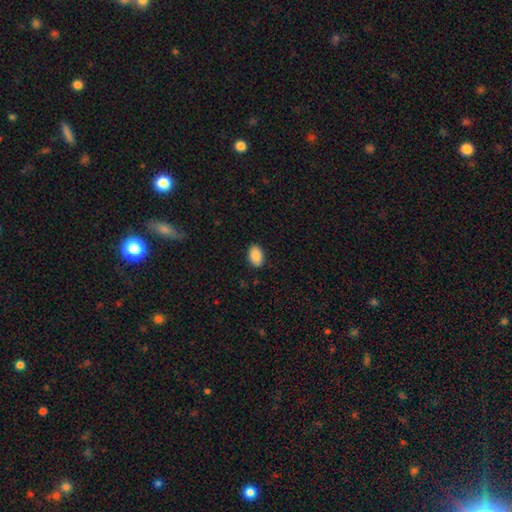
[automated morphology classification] This appears to be a smooth galaxy with no disk features (90%) that is in between round and cigar-shaped (88%). Merging: none (88%).